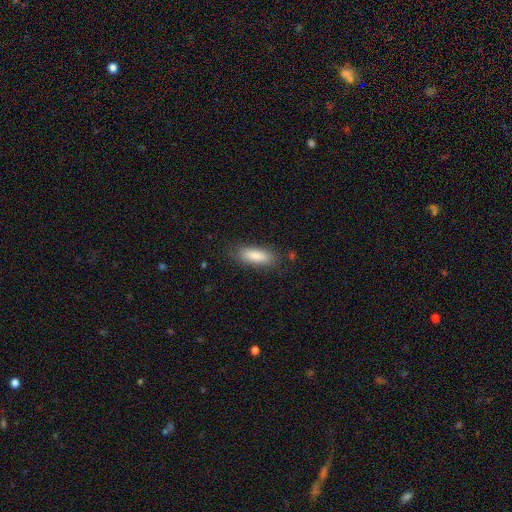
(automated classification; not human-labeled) A smooth galaxy with no disk features (87%) that is in between round and cigar-shaped (60%).

Vote fractions:
- Smooth or featured? smooth: 87% / featured or disk: 7% / star or artifact: 6%
- How rounded? in between: 60% / cigar-shaped: 38% / round: 2%
- Merging? none: 82% / minor disturbance: 13% / major disturbance: 4% / merger: 1%